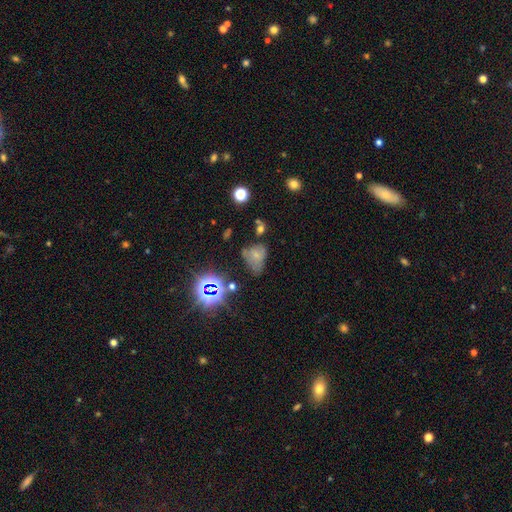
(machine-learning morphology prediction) Smooth or featured?
  - smooth: 52% *
  - star or artifact: 28%
  - featured or disk: 20%
How rounded?
  - in between: 72% *
  - round: 26%
  - cigar-shaped: 2%
Merging?
  - minor disturbance: 31% *
  - none: 29%
  - major disturbance: 27%
  - merger: 13%